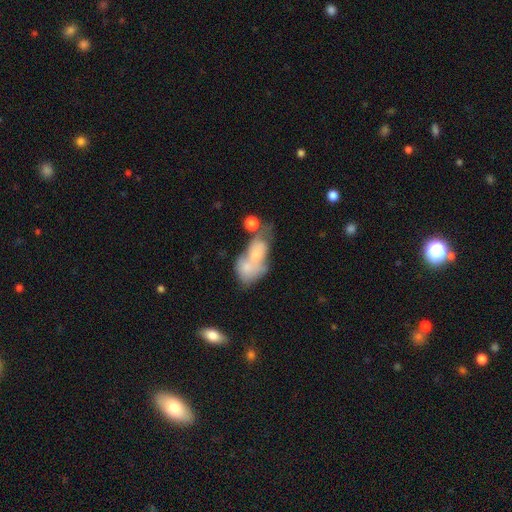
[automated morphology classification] Smooth or featured?
  - smooth: 61% *
  - featured or disk: 30%
  - star or artifact: 10%
How rounded?
  - in between: 80% *
  - round: 16%
  - cigar-shaped: 5%
Merging?
  - merger: 66% *
  - none: 15%
  - minor disturbance: 10%
  - major disturbance: 9%